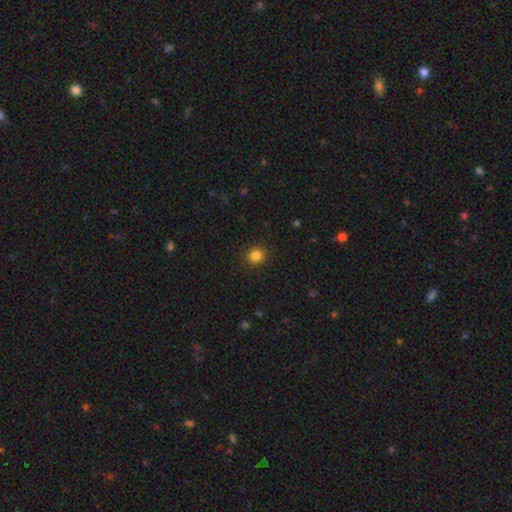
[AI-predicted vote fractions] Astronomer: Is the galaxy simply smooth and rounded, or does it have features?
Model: smooth — 84%.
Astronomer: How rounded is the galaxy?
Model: round — 88%.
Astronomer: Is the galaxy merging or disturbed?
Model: none — 91%.